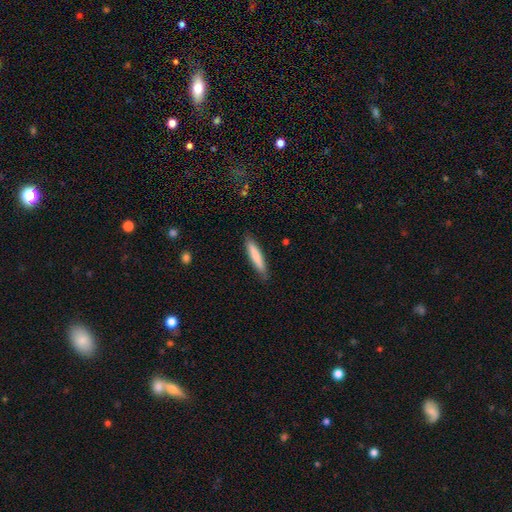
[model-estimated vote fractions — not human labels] The model was most divided on "smooth or featured": smooth: 80%, featured or disk: 15%, star or artifact: 5%. More confident: how rounded — cigar-shaped (89%); merging — none (87%).